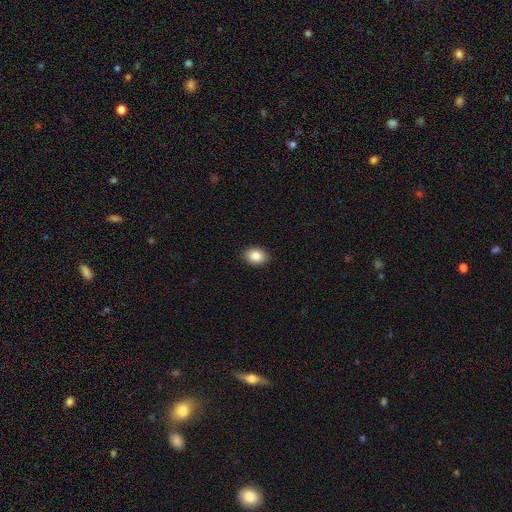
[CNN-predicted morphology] A smooth galaxy with no disk features (86%) that is in between round and cigar-shaped (67%).

Vote fractions:
- Smooth or featured? smooth: 86% / star or artifact: 8% / featured or disk: 5%
- How rounded? in between: 67% / round: 32% / cigar-shaped: 1%
- Merging? none: 90% / minor disturbance: 7% / major disturbance: 2% / merger: 1%